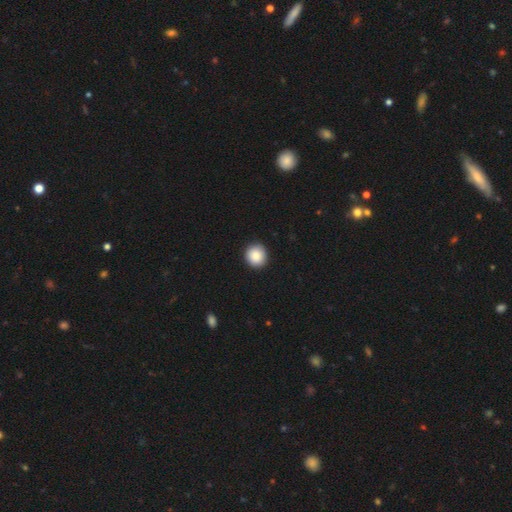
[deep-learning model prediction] smooth-or-featured: smooth: 89% | star or artifact: 8% | featured or disk: 4%
  how-rounded: round: 92% | in between: 7% | cigar-shaped: 1%
  merging: none: 91% | minor disturbance: 6% | major disturbance: 2% | merger: 1%